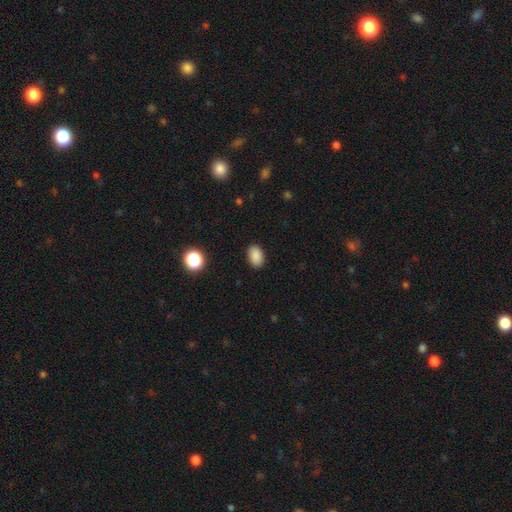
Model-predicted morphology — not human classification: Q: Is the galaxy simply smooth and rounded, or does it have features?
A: smooth — 87%.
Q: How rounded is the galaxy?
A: in between — 87%.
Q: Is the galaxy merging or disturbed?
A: none — 89%.